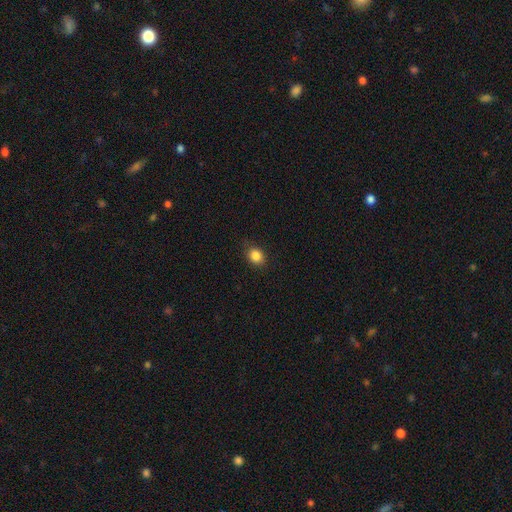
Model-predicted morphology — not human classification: A smooth galaxy with no disk features (85%) that is round (50%).

Vote fractions:
- Smooth or featured? smooth: 85% / star or artifact: 10% / featured or disk: 5%
- How rounded? round: 50% / in between: 49% / cigar-shaped: 1%
- Merging? none: 81% / minor disturbance: 15% / major disturbance: 3% / merger: 1%